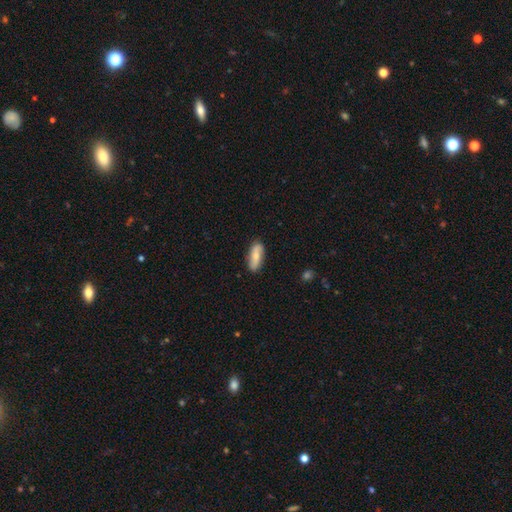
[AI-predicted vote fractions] smooth-or-featured: smooth: 64% | featured or disk: 31% | star or artifact: 6%
  how-rounded: in between: 74% | cigar-shaped: 23% | round: 3%
  merging: none: 86% | minor disturbance: 11% | major disturbance: 2% | merger: 1%